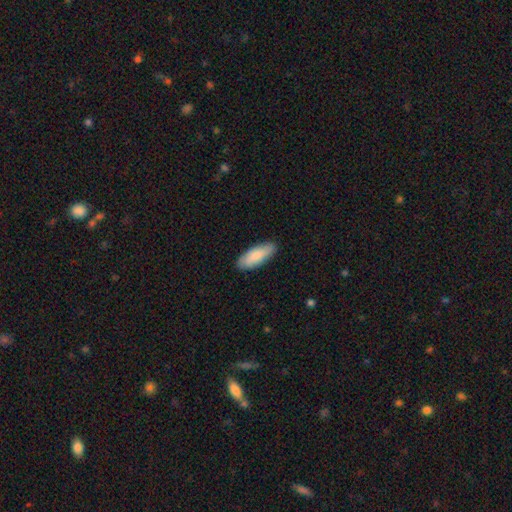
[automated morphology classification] Smooth or featured? smooth (85%)
How rounded? in between (74%)
Merging? none (88%)